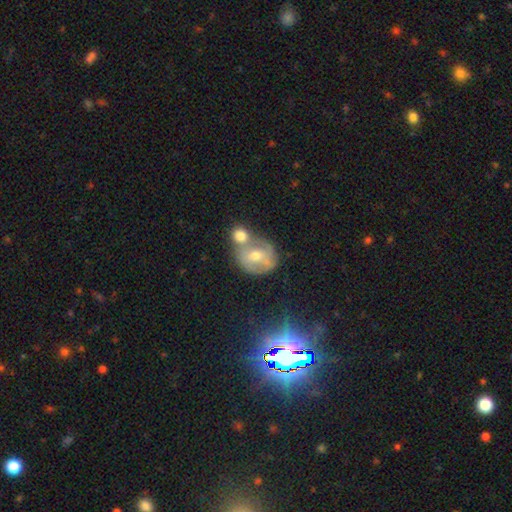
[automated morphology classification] A featured or disk galaxy (44%).

Vote fractions:
- Smooth or featured? featured or disk: 44% / smooth: 36% / star or artifact: 21%
- Merging? merger: 47% / none: 36% / minor disturbance: 12% / major disturbance: 5%